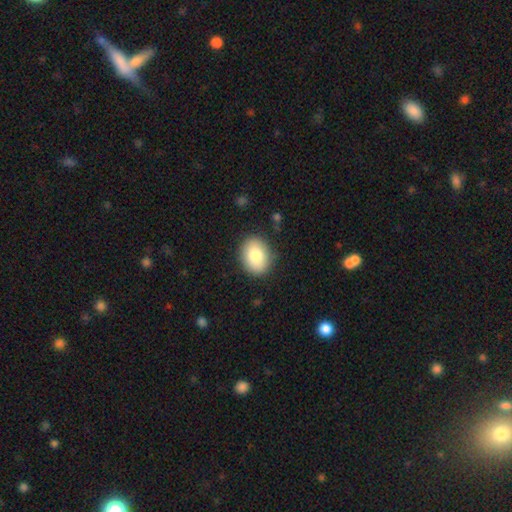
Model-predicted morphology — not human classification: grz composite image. It shows a smooth galaxy with no disk features (81%) that is in between round and cigar-shaped (55%). Merging: none (86%).